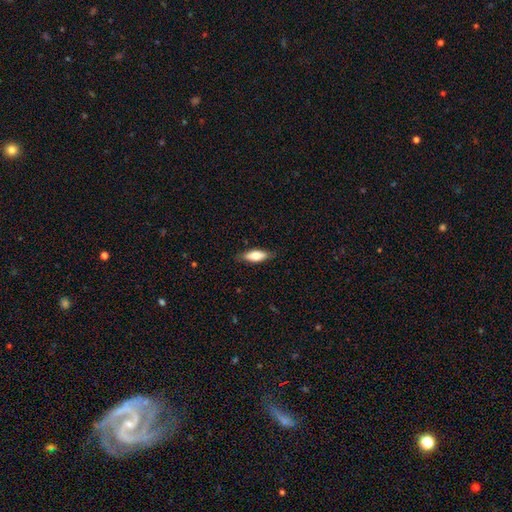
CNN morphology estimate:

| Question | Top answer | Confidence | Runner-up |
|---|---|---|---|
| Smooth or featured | smooth | 69% | featured or disk (24%) |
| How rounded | in between | 69% | cigar-shaped (29%) |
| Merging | none | 83% | minor disturbance (14%) |